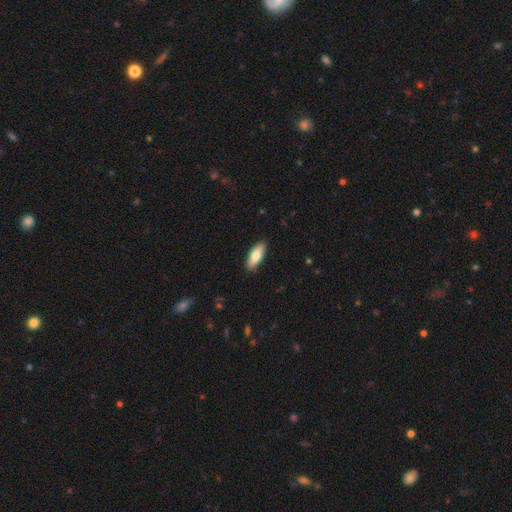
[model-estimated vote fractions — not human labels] A smooth galaxy with no disk features (78%) that is in between round and cigar-shaped (70%). Merging: none (89%).